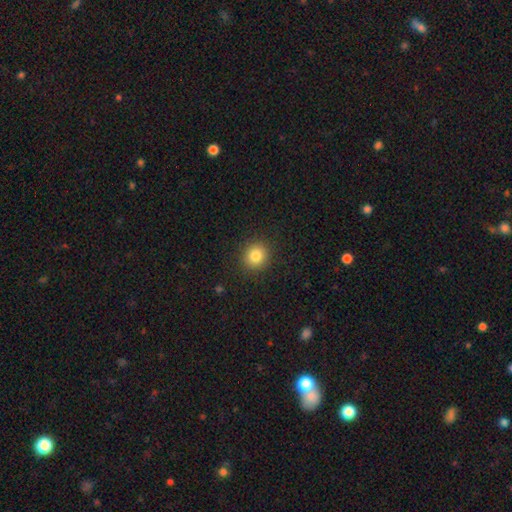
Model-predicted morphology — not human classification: smooth 83%, star or artifact 11%, featured or disk 6%. Down the decision tree: how rounded — round (87%); merging — none (90%).